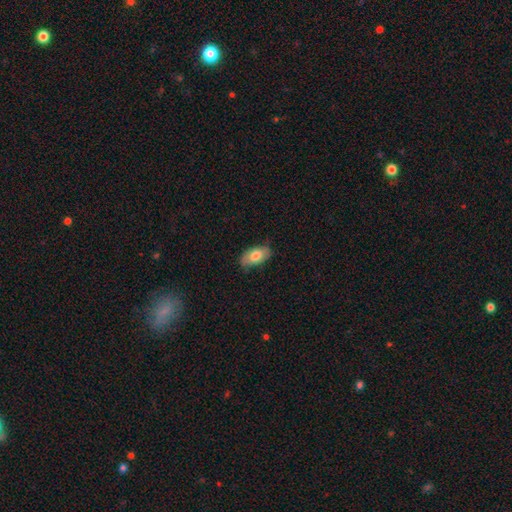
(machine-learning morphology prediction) This appears to be a smooth galaxy with no disk features (74%) that is in between round and cigar-shaped (93%). Merging: none (79%).